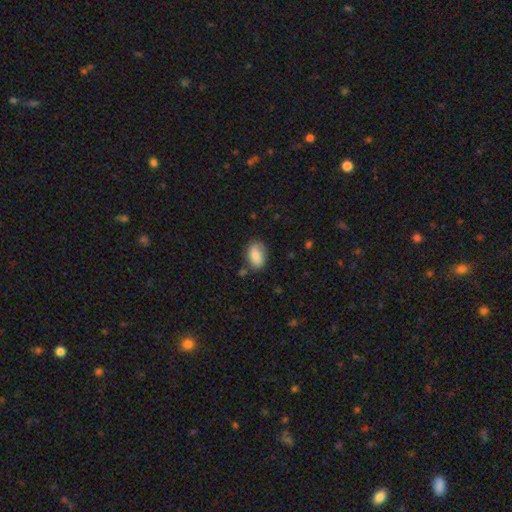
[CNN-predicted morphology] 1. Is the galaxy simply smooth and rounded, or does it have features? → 81% smooth, 12% featured or disk, 7% star or artifact.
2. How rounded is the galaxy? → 86% in between, 12% round, 2% cigar-shaped.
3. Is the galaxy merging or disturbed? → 68% none, 22% minor disturbance, 5% major disturbance, 4% merger.